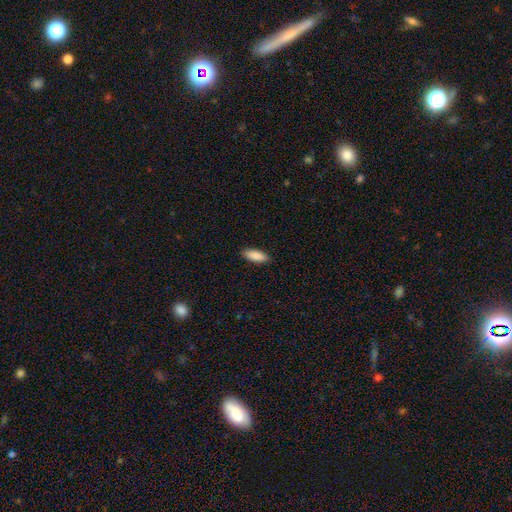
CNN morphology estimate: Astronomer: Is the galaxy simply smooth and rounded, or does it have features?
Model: smooth — 89%.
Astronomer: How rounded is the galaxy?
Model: in between — 66%.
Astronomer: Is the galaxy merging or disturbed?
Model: none — 89%.